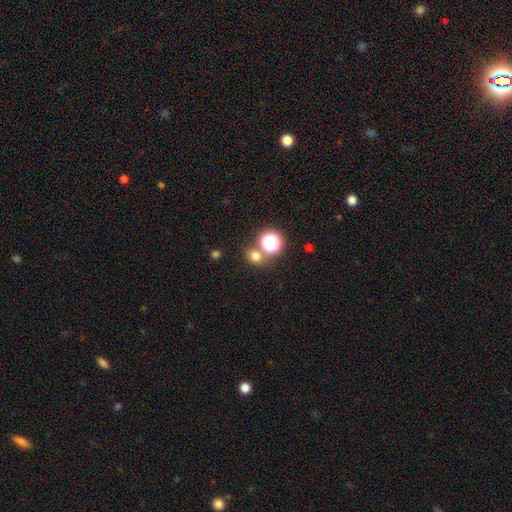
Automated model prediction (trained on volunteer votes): The model was most divided on "how rounded": round: 68%, in between: 31%, cigar-shaped: 1%. More confident: smooth or featured — smooth (70%); merging — none (67%).